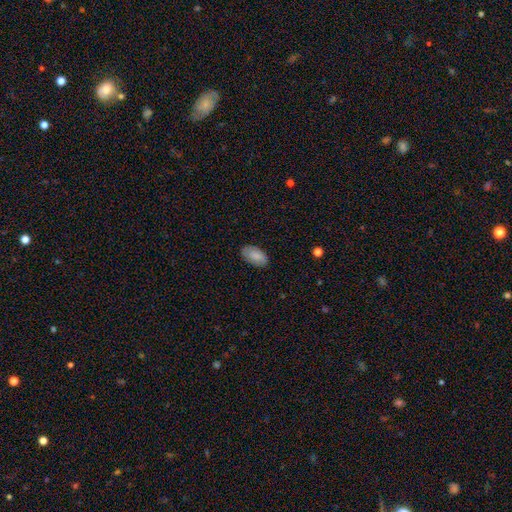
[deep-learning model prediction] Smooth or featured: smooth — 88% (featured or disk — 6%)
How rounded: in between — 95% (round — 3%)
Merging: none — 86% (minor disturbance — 11%)